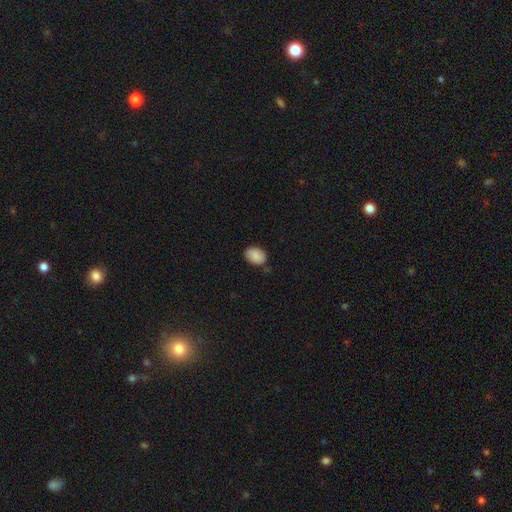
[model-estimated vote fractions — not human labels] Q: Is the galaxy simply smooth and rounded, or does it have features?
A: smooth — 88%.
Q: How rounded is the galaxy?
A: in between — 78%.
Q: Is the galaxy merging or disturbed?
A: none — 77%.